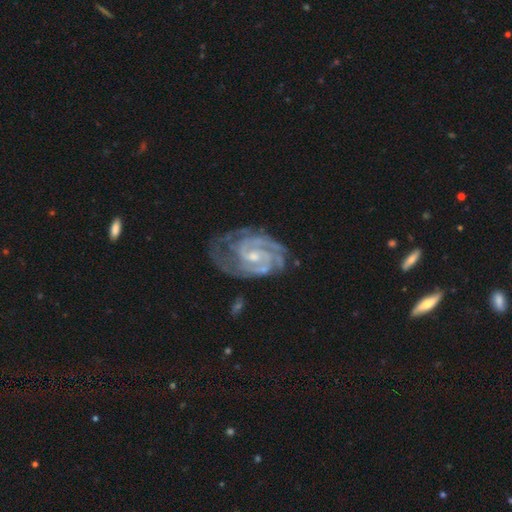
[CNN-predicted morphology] featured or disk 91%, star or artifact 5%, smooth 4%. Down the decision tree: edge-on disk — no (97%); bar — no (45%); spiral arms — yes (98%); spiral arm count — 2 (45%); spiral winding — tight (67%); bulge size — small (53%); merging — none (64%).